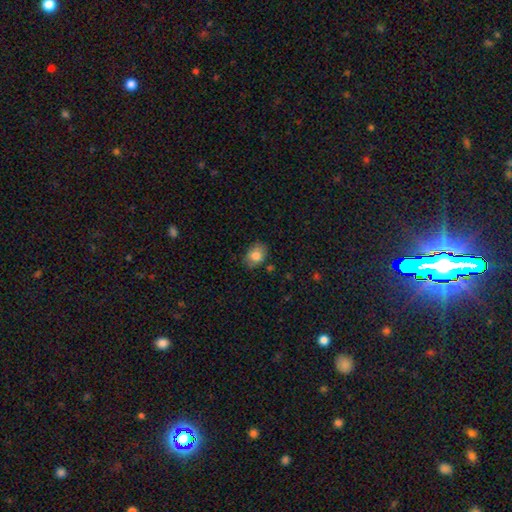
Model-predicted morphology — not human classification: The model was most divided on "how rounded": in between: 71%, round: 28%, cigar-shaped: 1%. More confident: smooth or featured — smooth (80%); merging — none (72%).